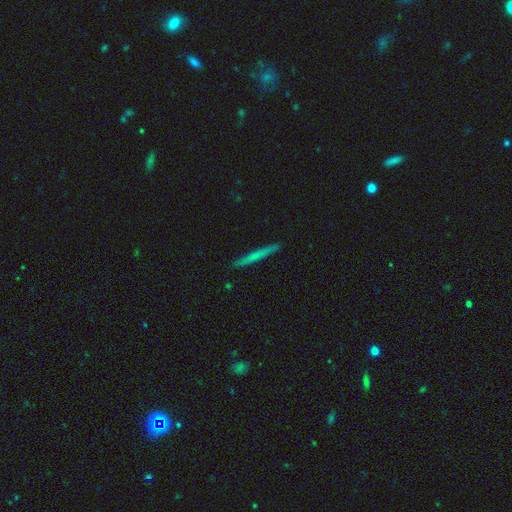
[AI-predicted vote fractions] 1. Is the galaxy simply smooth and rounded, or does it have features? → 56% smooth, 37% featured or disk, 7% star or artifact.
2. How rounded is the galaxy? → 96% cigar-shaped, 2% in between, 2% round.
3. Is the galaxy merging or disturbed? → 92% none, 6% minor disturbance, 1% major disturbance, 1% merger.